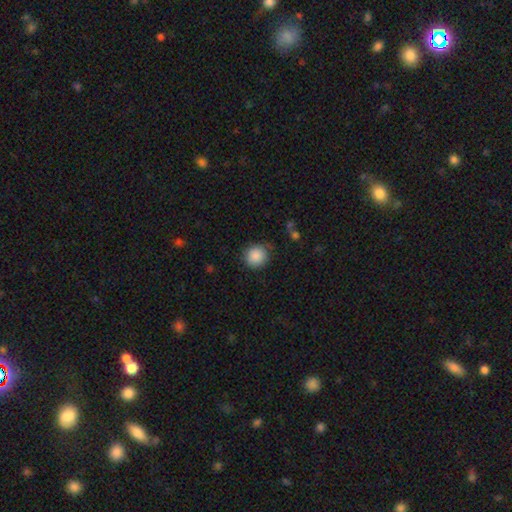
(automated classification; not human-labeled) A smooth galaxy with no disk features (88%) that is round (91%). Merging: none (83%).